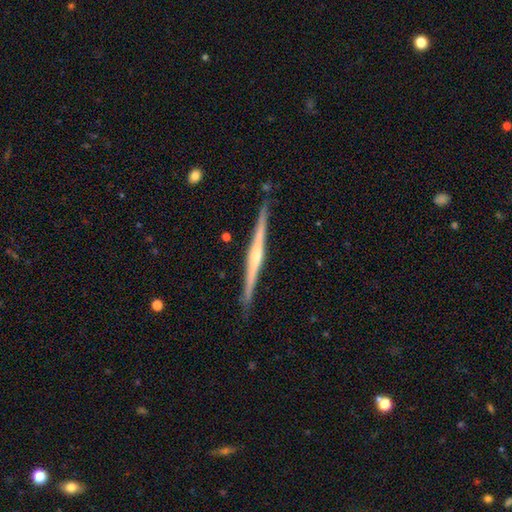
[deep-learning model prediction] Smooth or featured? featured or disk (79%)
Edge-on disk? yes (98%)
Edge-on bulge? rounded (62%)
Merging? none (89%)